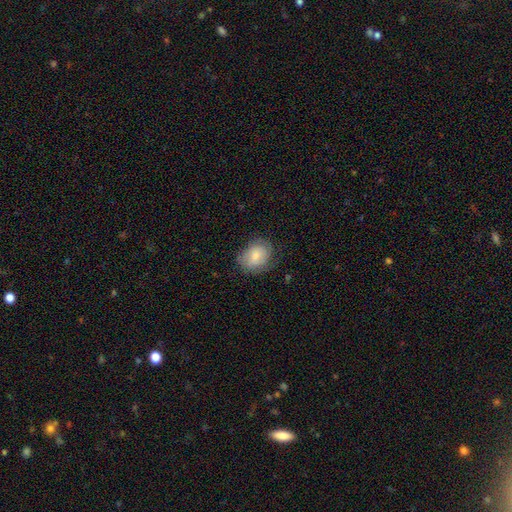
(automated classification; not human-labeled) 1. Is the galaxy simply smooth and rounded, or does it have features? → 72% smooth, 21% featured or disk, 7% star or artifact.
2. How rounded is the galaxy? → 56% in between, 43% round, 1% cigar-shaped.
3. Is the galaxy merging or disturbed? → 70% none, 22% minor disturbance, 7% major disturbance, 1% merger.